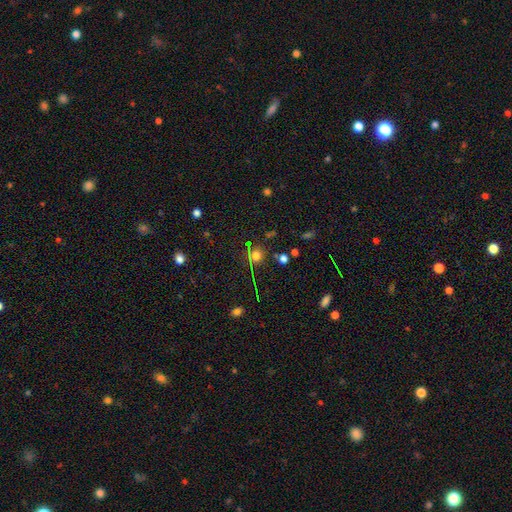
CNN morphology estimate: Smooth or featured: smooth — 62% (star or artifact — 29%)
How rounded: round — 89% (in between — 10%)
Merging: none — 79% (minor disturbance — 10%)